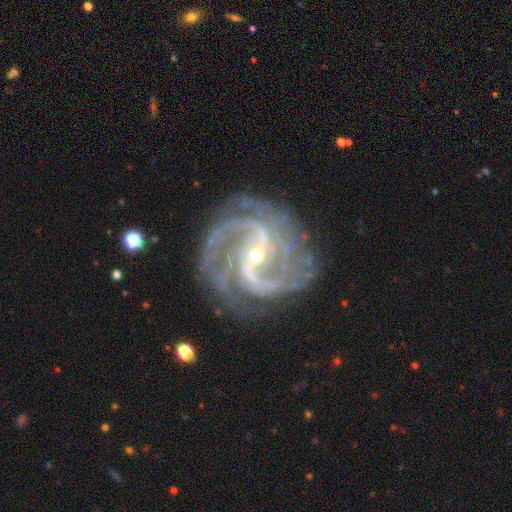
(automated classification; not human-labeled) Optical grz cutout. It shows a featured or disk galaxy (93%) with a strong bar (41%), 2 (54%) medium (54%) spiral arms (99%) and a small central bulge (78%). Merging: none (76%).